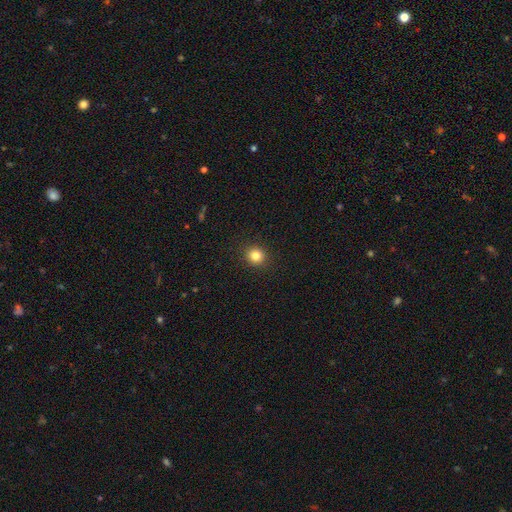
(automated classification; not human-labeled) The model was most divided on "smooth or featured": smooth: 82%, star or artifact: 12%, featured or disk: 6%. More confident: merging — none (92%); how rounded — round (87%).